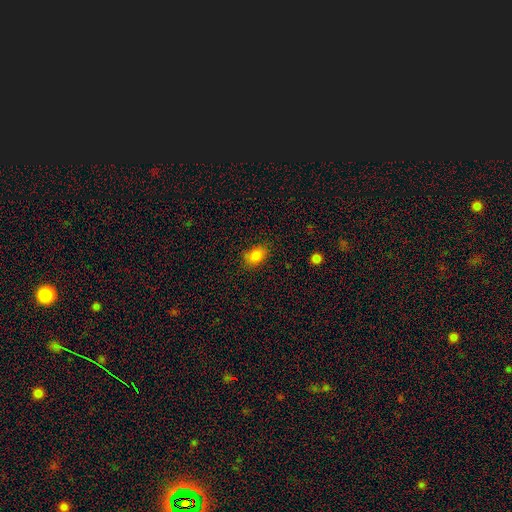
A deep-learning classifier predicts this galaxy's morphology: Smooth or featured?
  - smooth: 84% *
  - star or artifact: 10%
  - featured or disk: 6%
How rounded?
  - in between: 76% *
  - round: 23%
  - cigar-shaped: 1%
Merging?
  - none: 80% *
  - minor disturbance: 15%
  - major disturbance: 3%
  - merger: 1%